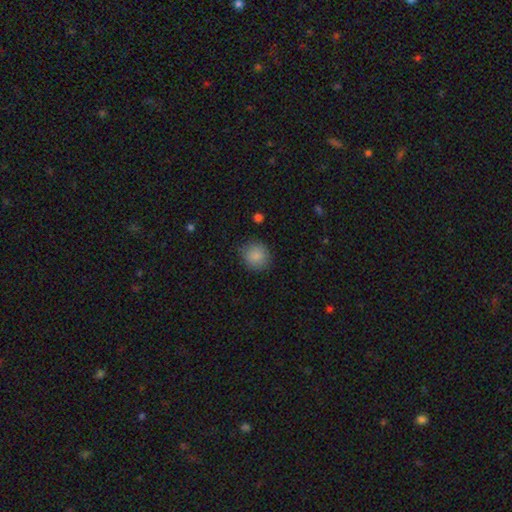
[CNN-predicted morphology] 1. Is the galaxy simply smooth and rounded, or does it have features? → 87% smooth, 9% star or artifact, 5% featured or disk.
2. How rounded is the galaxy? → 87% round, 12% in between, 1% cigar-shaped.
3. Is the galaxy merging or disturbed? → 83% none, 12% minor disturbance, 3% major disturbance, 1% merger.